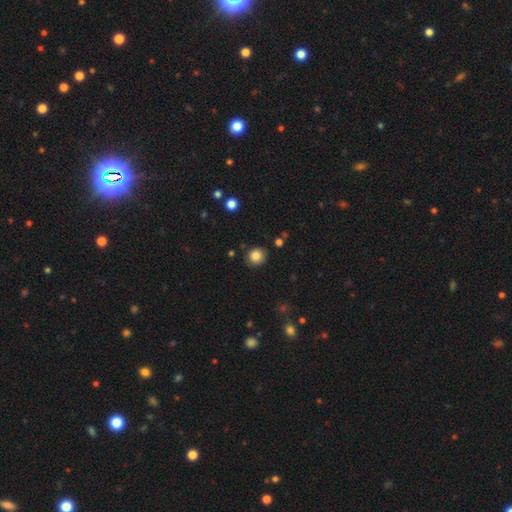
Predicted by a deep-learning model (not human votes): Overall: smooth (83%). How rounded: round (87%). Merging: none (87%).